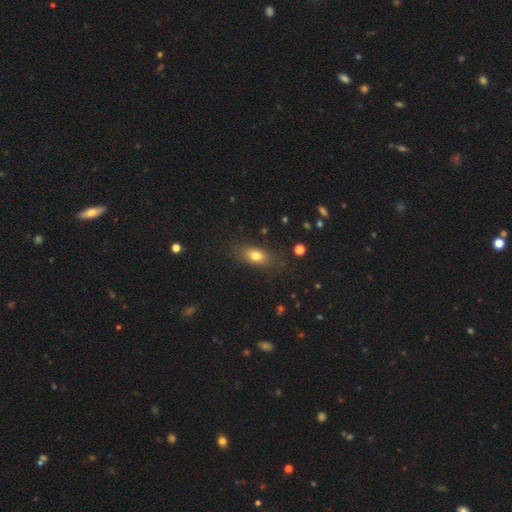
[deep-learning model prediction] Smooth or featured? smooth (76%)
How rounded? in between (74%)
Merging? none (78%)